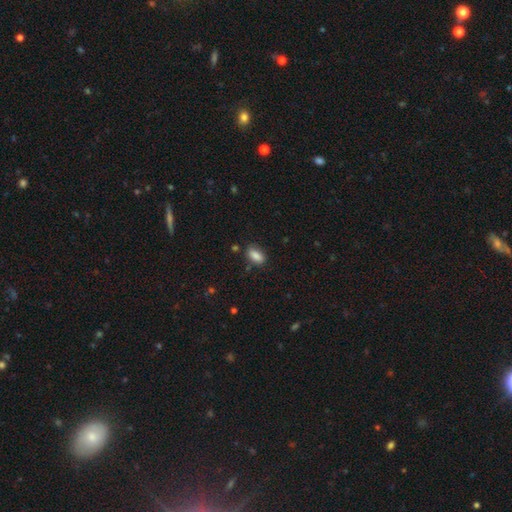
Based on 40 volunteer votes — Volunteers were most divided on "merging": none: 78%, minor disturbance: 16%, major disturbance: 5%, merger: 0%. More confident: how rounded — in between (91%); smooth or featured — smooth (85%).